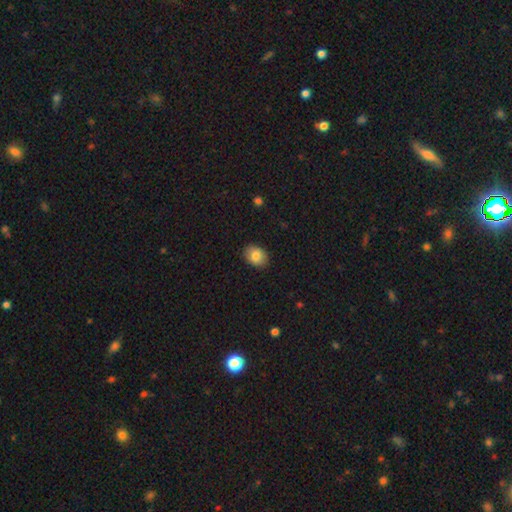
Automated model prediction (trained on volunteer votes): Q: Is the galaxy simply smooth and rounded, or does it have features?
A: smooth — 83%.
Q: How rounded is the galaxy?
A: in between — 67%.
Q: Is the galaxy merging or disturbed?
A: none — 88%.